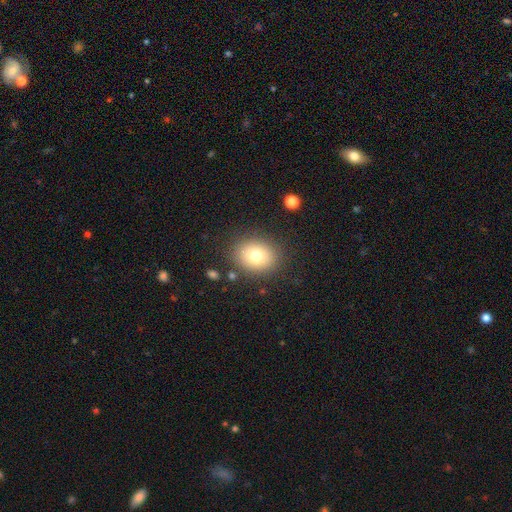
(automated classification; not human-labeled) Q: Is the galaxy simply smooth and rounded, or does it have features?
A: smooth — 77%.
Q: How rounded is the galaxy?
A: round — 59%.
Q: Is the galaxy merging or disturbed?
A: none — 84%.